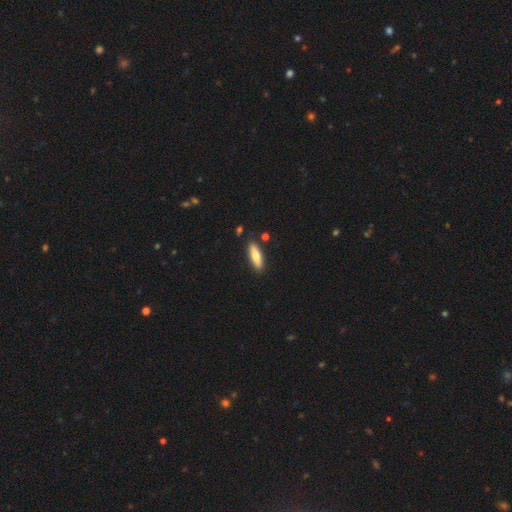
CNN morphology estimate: The model was most divided on "how rounded": cigar-shaped: 61%, in between: 37%, round: 2%. More confident: merging — none (86%); smooth or featured — smooth (73%).